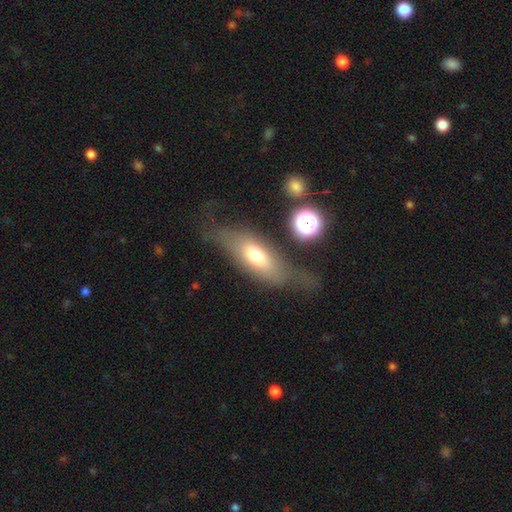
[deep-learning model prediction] This appears to be a smooth galaxy with no disk features (57%) that is in between round and cigar-shaped (66%). Merging: none (54%).